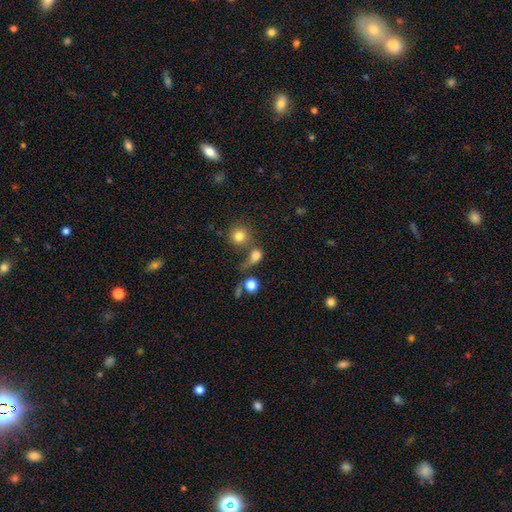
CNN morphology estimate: smooth_or_featured: smooth (p=0.75) [alt: star or artifact p=0.14]
how_rounded: round (p=0.56) [alt: in between p=0.40]
merging: none (p=0.35) [alt: merger p=0.31]